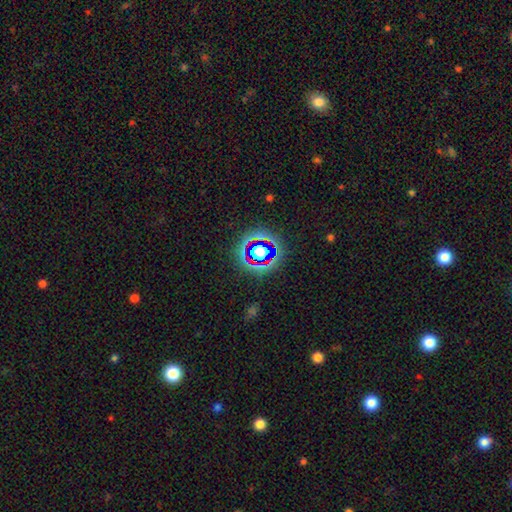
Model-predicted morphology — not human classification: type=star or artifact (75%).